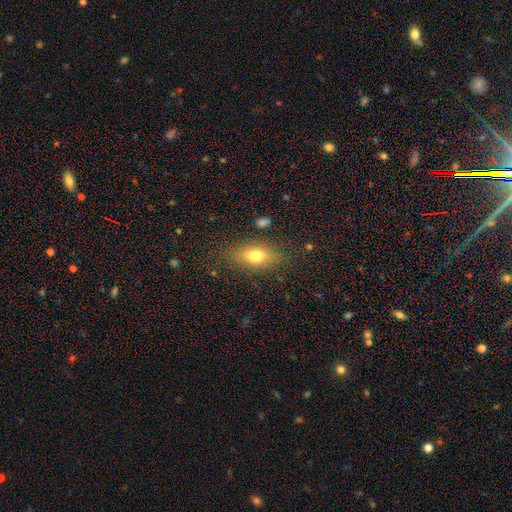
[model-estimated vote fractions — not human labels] smooth_or_featured: smooth (p=0.73) [alt: featured or disk p=0.17]
how_rounded: in between (p=0.80) [alt: cigar-shaped p=0.13]
merging: none (p=0.81) [alt: minor disturbance p=0.12]